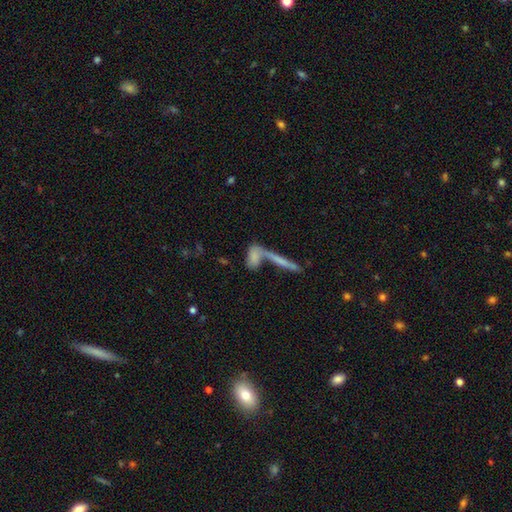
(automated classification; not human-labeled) Smooth or featured?
  - smooth: 68% *
  - featured or disk: 22%
  - star or artifact: 10%
How rounded?
  - cigar-shaped: 48% *
  - in between: 46%
  - round: 6%
Merging?
  - merger: 50% *
  - none: 33%
  - minor disturbance: 10%
  - major disturbance: 8%